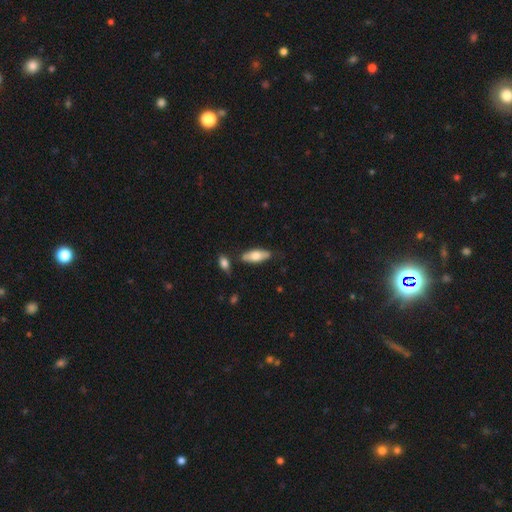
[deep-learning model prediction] Smooth or featured: smooth — 69% (featured or disk — 25%)
How rounded: in between — 68% (cigar-shaped — 29%)
Merging: none — 78% (minor disturbance — 14%)